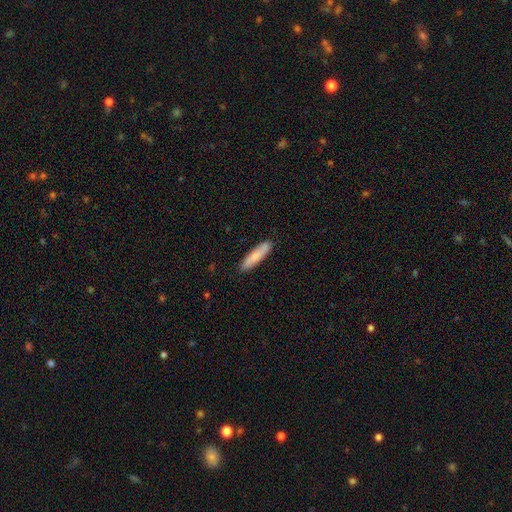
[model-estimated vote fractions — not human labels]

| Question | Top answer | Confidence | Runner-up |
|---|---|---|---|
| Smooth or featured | smooth | 77% | featured or disk (17%) |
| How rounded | cigar-shaped | 79% | in between (20%) |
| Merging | none | 88% | minor disturbance (9%) |